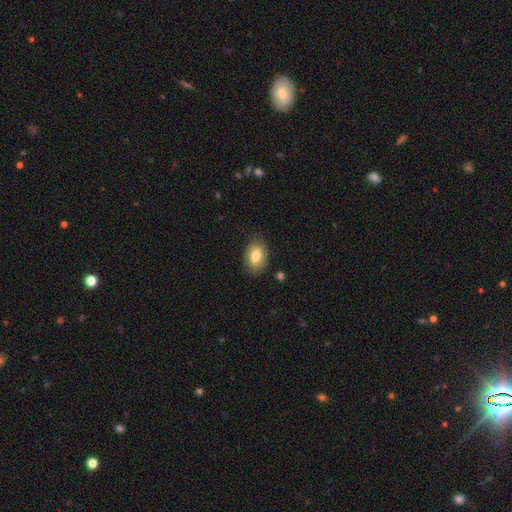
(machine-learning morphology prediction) The model was most divided on "smooth or featured": smooth: 78%, featured or disk: 15%, star or artifact: 7%. More confident: how rounded — in between (85%); merging — none (81%).